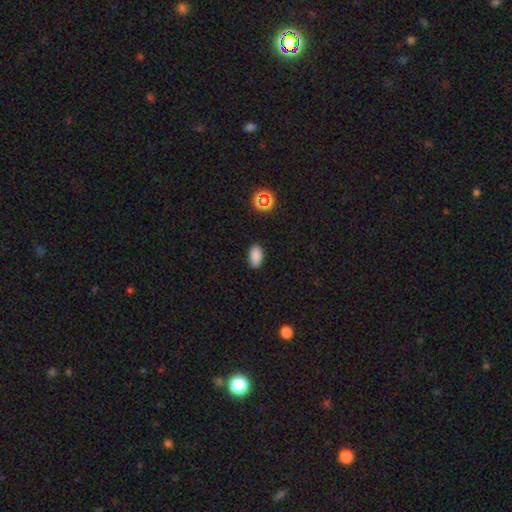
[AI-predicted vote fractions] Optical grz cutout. It shows a smooth galaxy with no disk features (86%) that is in between round and cigar-shaped (91%). Merging: none (85%).